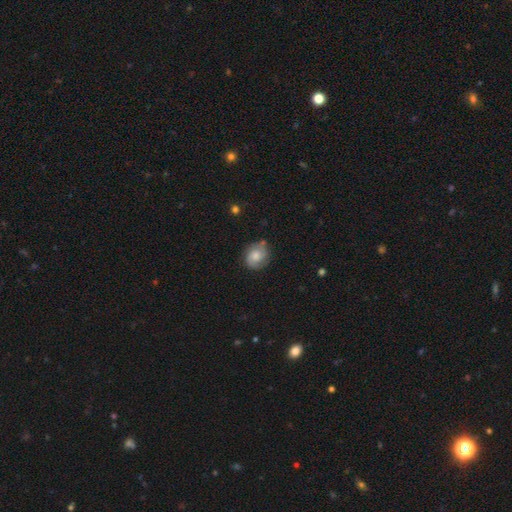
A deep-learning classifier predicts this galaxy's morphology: This is possibly a smooth galaxy (48%). Merging: likely none (73%).